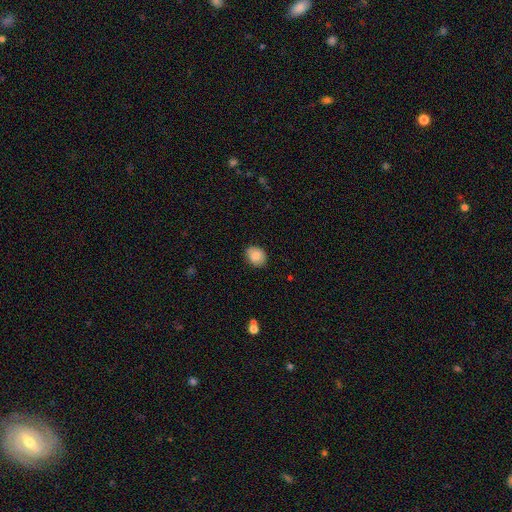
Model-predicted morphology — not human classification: Smooth or featured? Predicted: smooth (p=0.84). How rounded? Predicted: round (p=0.58). Merging? Predicted: none (p=0.81).